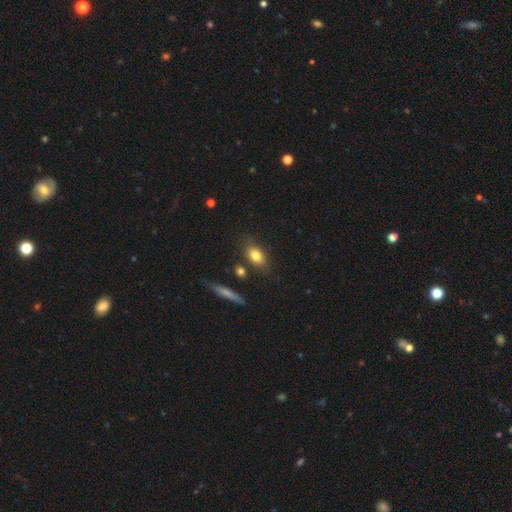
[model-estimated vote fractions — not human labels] smooth_or_featured: smooth (p=0.79) [alt: featured or disk p=0.13]
how_rounded: in between (p=0.79) [alt: round p=0.14]
merging: none (p=0.76) [alt: minor disturbance p=0.13]